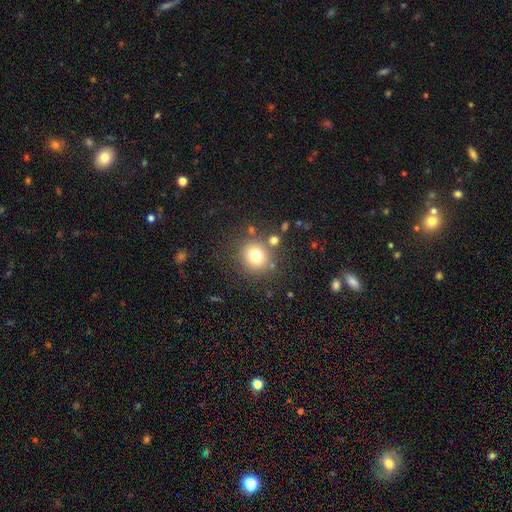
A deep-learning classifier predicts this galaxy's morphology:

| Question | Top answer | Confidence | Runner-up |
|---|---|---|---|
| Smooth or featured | smooth | 76% | star or artifact (14%) |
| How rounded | round | 87% | in between (12%) |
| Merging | none | 80% | minor disturbance (9%) |